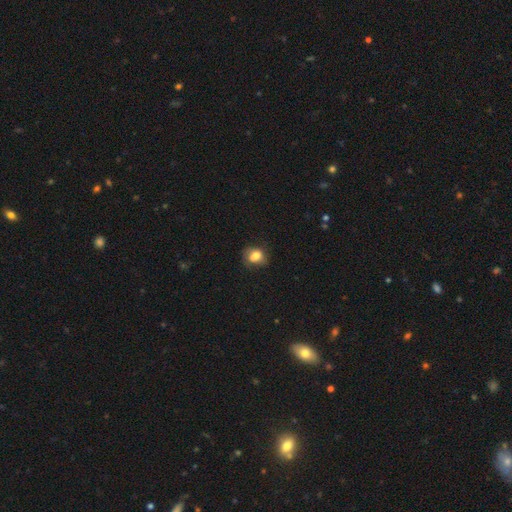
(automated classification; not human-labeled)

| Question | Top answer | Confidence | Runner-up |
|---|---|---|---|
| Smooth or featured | smooth | 78% | featured or disk (13%) |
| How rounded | round | 52% | in between (47%) |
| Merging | none | 62% | minor disturbance (26%) |